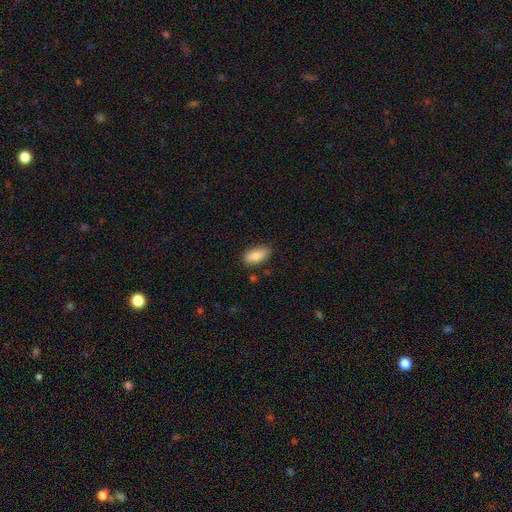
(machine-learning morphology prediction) A smooth galaxy with no disk features (82%) that is in between round and cigar-shaped (88%).

Vote fractions:
- Smooth or featured? smooth: 82% / featured or disk: 12% / star or artifact: 7%
- How rounded? in between: 88% / cigar-shaped: 9% / round: 3%
- Merging? none: 84% / minor disturbance: 12% / major disturbance: 2% / merger: 2%